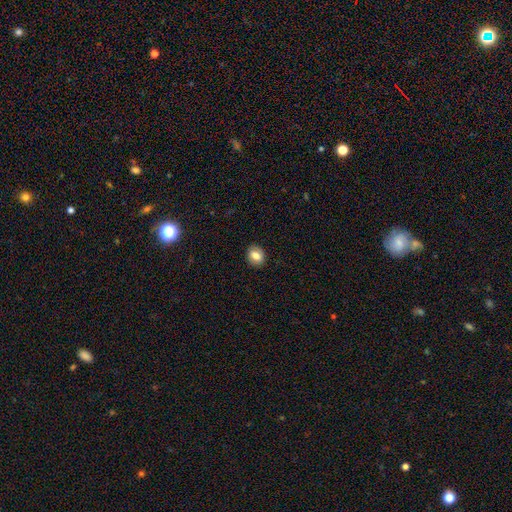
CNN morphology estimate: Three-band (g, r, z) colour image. It shows a smooth galaxy with no disk features (79%) that is round (52%). Merging: none (89%).